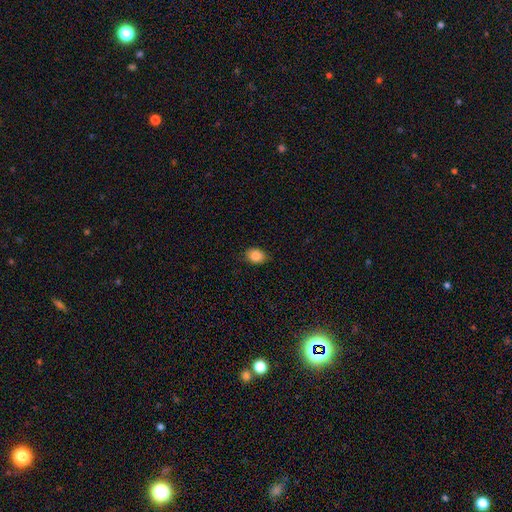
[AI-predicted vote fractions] A smooth galaxy with no disk features (86%) that is in between round and cigar-shaped (63%).

Vote fractions:
- Smooth or featured? smooth: 86% / star or artifact: 9% / featured or disk: 5%
- How rounded? in between: 63% / round: 36% / cigar-shaped: 1%
- Merging? none: 82% / minor disturbance: 15% / major disturbance: 3% / merger: 1%